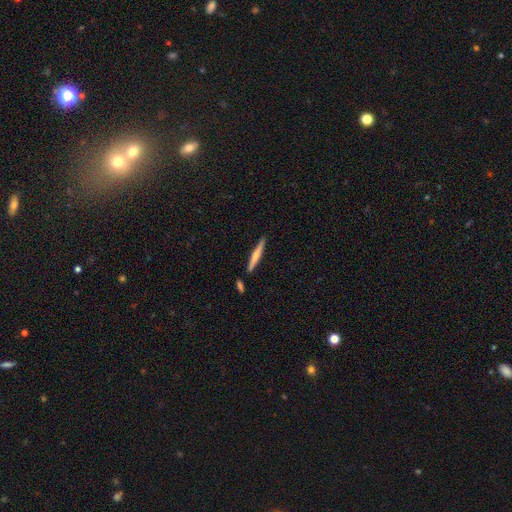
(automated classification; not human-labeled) smooth-or-featured: smooth: 52% | featured or disk: 43% | star or artifact: 5%
  how-rounded: cigar-shaped: 94% | in between: 4% | round: 1%
  merging: none: 84% | minor disturbance: 9% | merger: 5% | major disturbance: 2%